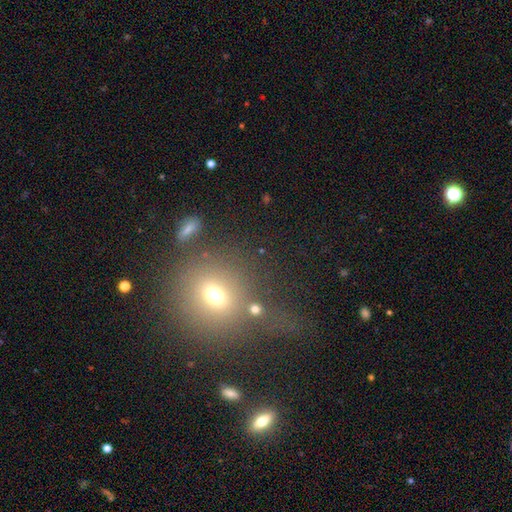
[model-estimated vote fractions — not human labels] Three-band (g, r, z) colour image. It shows a smooth galaxy with no disk features (52%) that is round (82%). Merging: none (64%).